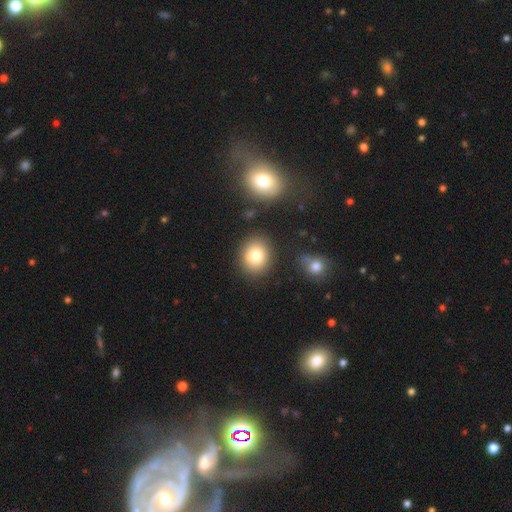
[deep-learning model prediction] This appears to be a smooth galaxy with no disk features (81%) that is round (68%). Merging: none (84%).